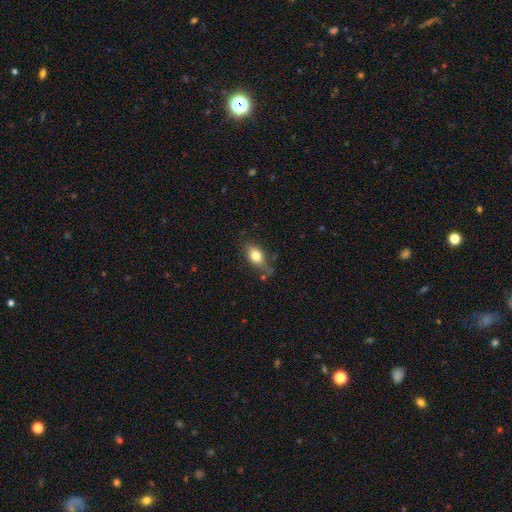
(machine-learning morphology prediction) Smooth or featured? Predicted: smooth (p=0.79). How rounded? Predicted: in between (p=0.83). Merging? Predicted: none (p=0.66).